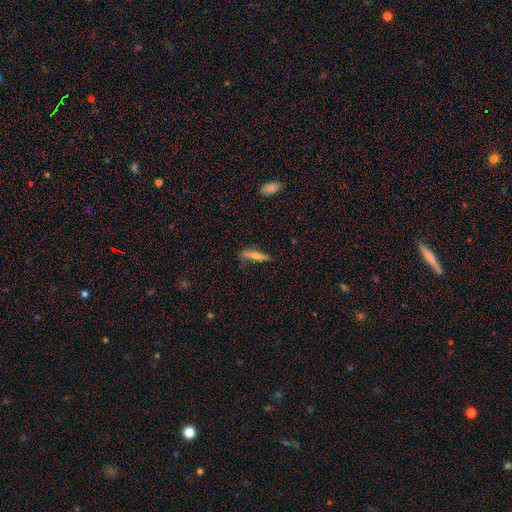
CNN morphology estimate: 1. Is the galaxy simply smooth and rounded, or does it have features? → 54% smooth, 39% featured or disk, 7% star or artifact.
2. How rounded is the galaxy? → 79% cigar-shaped, 19% in between, 2% round.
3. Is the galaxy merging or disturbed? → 70% none, 21% minor disturbance, 6% major disturbance, 2% merger.